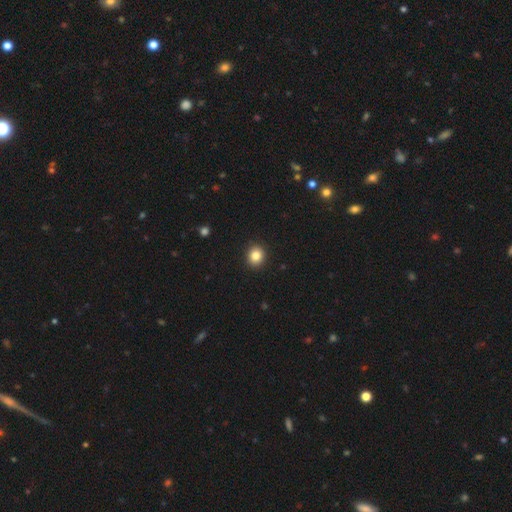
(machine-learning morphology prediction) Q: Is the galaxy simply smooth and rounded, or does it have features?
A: smooth — 84%.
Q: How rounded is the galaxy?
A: round — 79%.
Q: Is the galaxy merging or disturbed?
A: none — 92%.